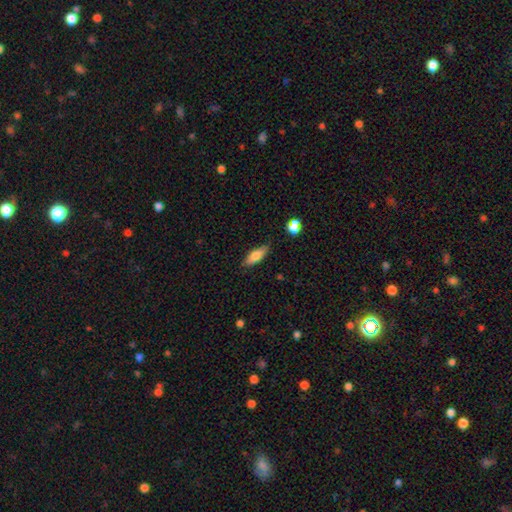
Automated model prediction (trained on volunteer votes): smooth_or_featured: smooth (p=0.72) [alt: featured or disk p=0.20]
how_rounded: in between (p=0.62) [alt: cigar-shaped p=0.35]
merging: none (p=0.82) [alt: minor disturbance p=0.13]